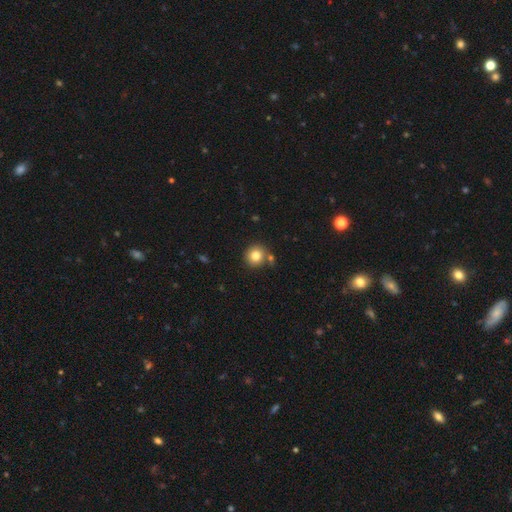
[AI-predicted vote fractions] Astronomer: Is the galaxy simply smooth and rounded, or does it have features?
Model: smooth — 81%.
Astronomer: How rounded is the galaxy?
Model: round — 92%.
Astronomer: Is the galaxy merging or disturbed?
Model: none — 75%.